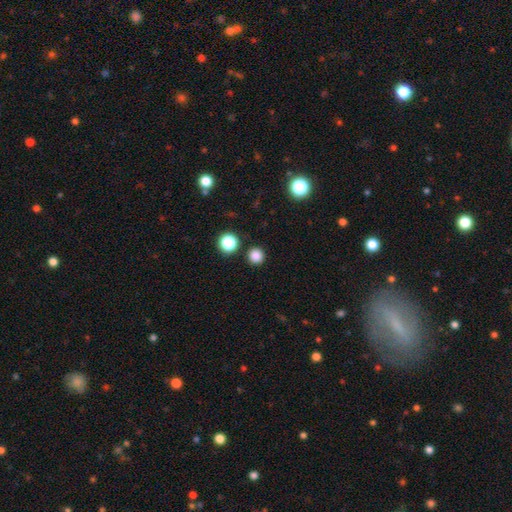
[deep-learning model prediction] Overall: smooth (84%). How rounded: round (95%). Merging: none (90%).